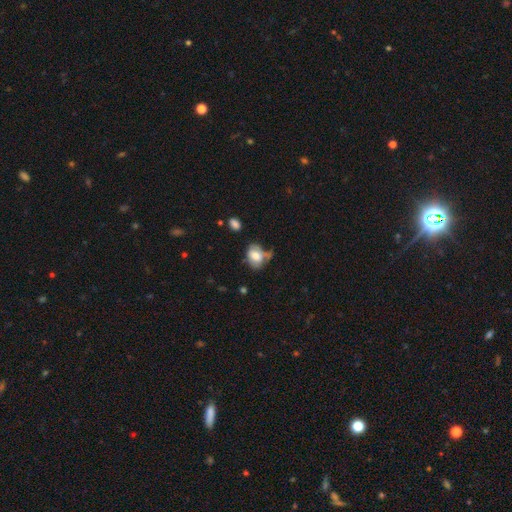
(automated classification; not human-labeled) Overall: smooth (69%). How rounded: in between (71%). Merging: none (40%; minor disturbance 29%).